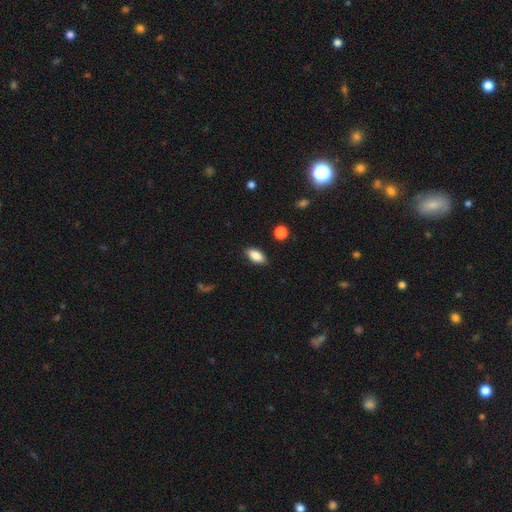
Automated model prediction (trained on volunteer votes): Smooth or featured?
  - smooth: 87% *
  - star or artifact: 7%
  - featured or disk: 6%
How rounded?
  - in between: 88% *
  - cigar-shaped: 8%
  - round: 3%
Merging?
  - none: 87% *
  - minor disturbance: 9%
  - major disturbance: 2%
  - merger: 1%